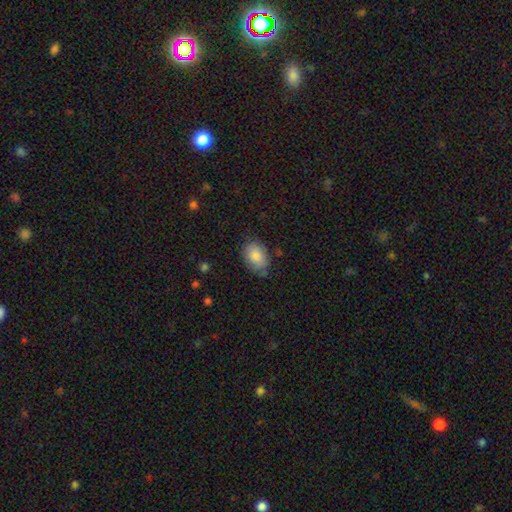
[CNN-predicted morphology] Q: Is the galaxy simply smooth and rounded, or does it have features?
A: smooth — 85%.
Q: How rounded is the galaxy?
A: in between — 84%.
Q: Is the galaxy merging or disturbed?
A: none — 73%.